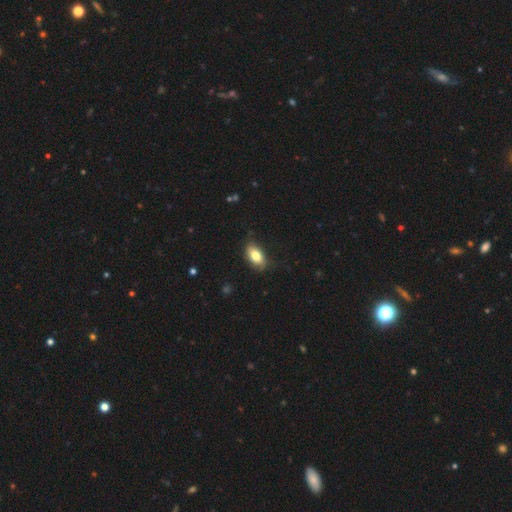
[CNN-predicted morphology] smooth 80%, featured or disk 13%, star or artifact 7%. Down the decision tree: how rounded — in between (91%); merging — none (80%).